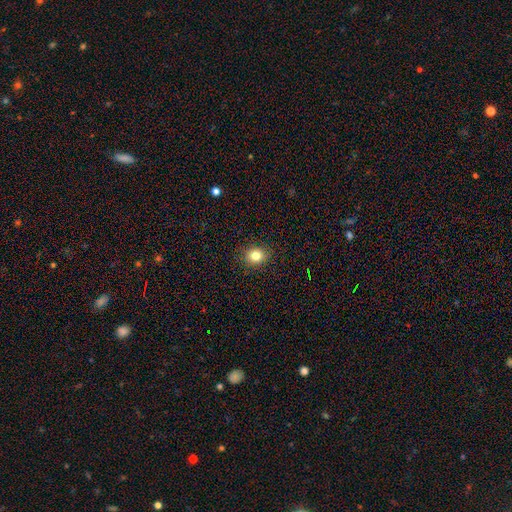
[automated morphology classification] The model was most divided on "how rounded": round: 66%, in between: 33%, cigar-shaped: 1%. More confident: merging — none (90%); smooth or featured — smooth (82%).